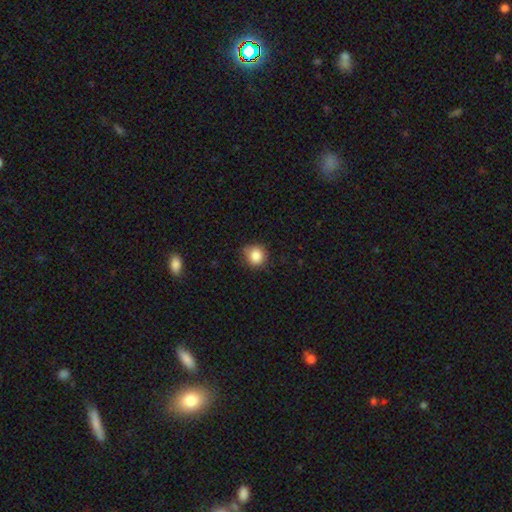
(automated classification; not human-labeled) smooth-or-featured: smooth: 85% | star or artifact: 10% | featured or disk: 4%
  how-rounded: round: 88% | in between: 11% | cigar-shaped: 1%
  merging: none: 78% | minor disturbance: 18% | major disturbance: 3% | merger: 1%